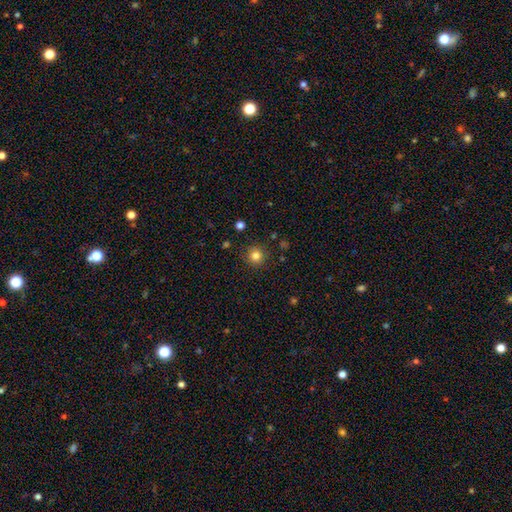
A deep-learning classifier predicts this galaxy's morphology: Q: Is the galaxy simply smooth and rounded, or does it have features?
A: smooth — 82%.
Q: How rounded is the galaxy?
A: round — 94%.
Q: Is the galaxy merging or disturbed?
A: none — 88%.